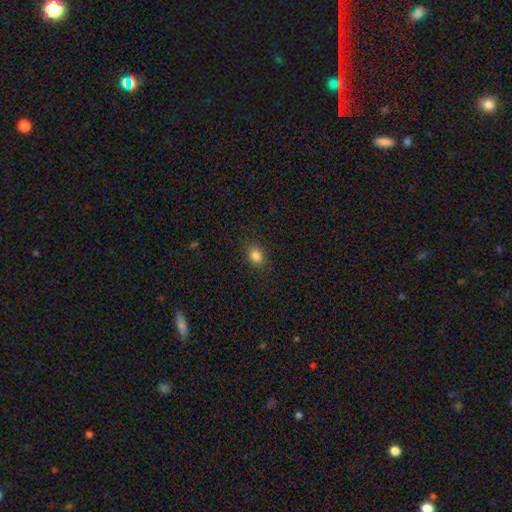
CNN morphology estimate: smooth_or_featured: smooth (p=0.84) [alt: star or artifact p=0.11]
how_rounded: in between (p=0.54) [alt: round p=0.45]
merging: none (p=0.88) [alt: minor disturbance p=0.09]